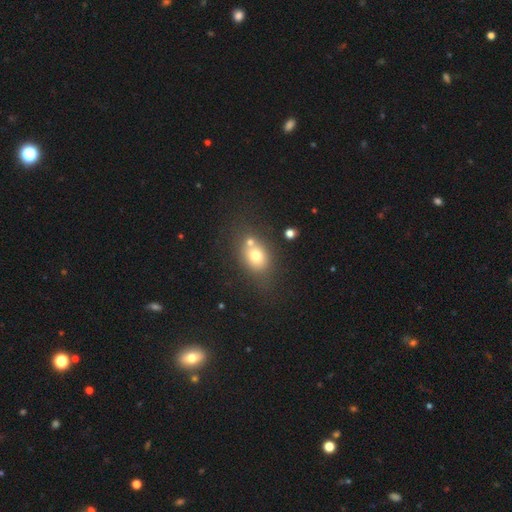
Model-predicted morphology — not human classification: This is likely a smooth galaxy (72%). How rounded: possibly in between (59%). Merging: possibly none (53%).